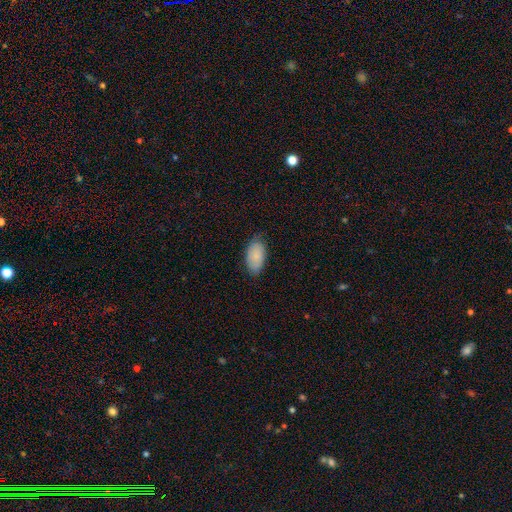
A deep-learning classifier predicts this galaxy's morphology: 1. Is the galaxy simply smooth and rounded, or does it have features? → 86% smooth, 8% featured or disk, 6% star or artifact.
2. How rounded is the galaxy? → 95% in between, 3% round, 2% cigar-shaped.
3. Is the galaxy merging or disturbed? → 79% none, 17% minor disturbance, 3% major disturbance, 1% merger.